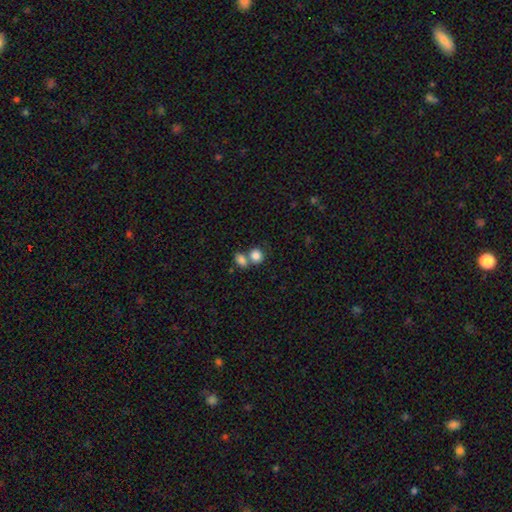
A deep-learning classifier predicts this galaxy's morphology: A smooth galaxy with no disk features (85%) that is round (65%). Merging: merger (51%).